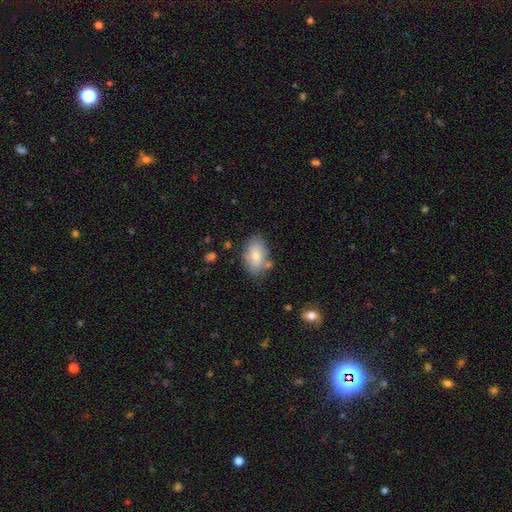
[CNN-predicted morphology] This is likely a smooth galaxy (71%). How rounded: clearly in between (90%). Merging: likely none (71%).